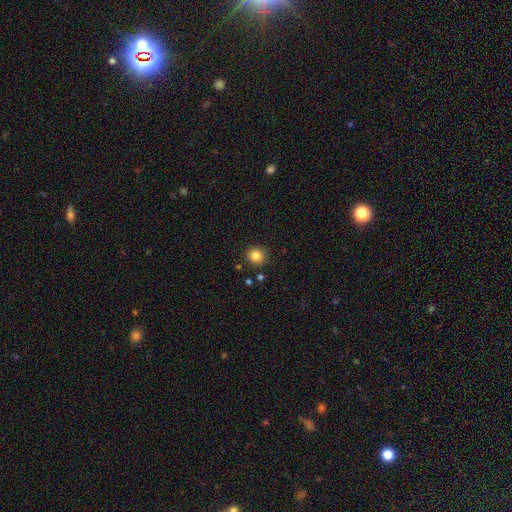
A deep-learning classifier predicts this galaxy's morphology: Smooth or featured? Predicted: smooth (p=0.84). How rounded? Predicted: round (p=0.91). Merging? Predicted: none (p=0.89).